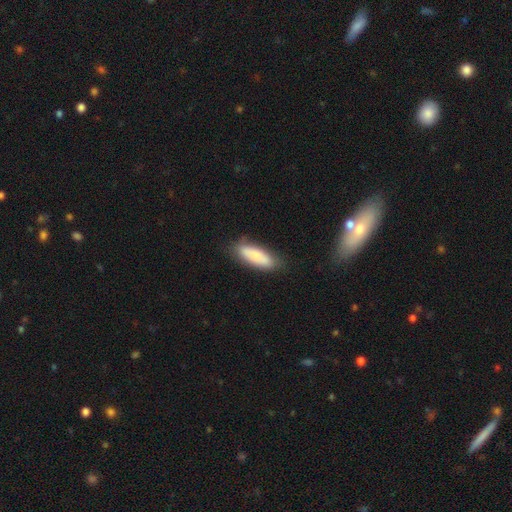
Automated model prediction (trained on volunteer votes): This is likely a smooth galaxy (77%). How rounded: likely in between (60%). Merging: likely none (77%).